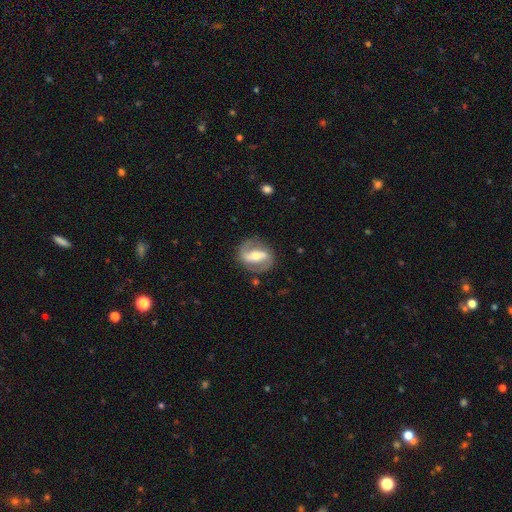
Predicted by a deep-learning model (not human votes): Smooth or featured? Predicted: featured or disk (p=0.79). Edge-on disk? Predicted: no (p=0.95). Bar? Predicted: strong (p=0.61). Spiral arms? Predicted: yes (p=0.86). Spiral winding? Predicted: medium (p=0.45). Spiral arm count? Predicted: 2 (p=0.89). Bulge size? Predicted: moderate (p=0.55). Merging? Predicted: none (p=0.81).